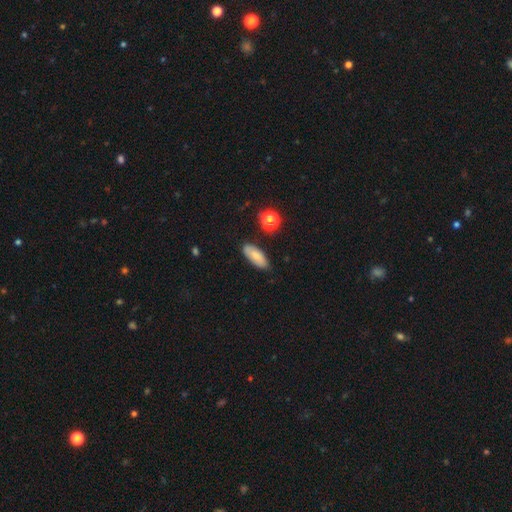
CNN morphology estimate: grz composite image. It shows a smooth galaxy with no disk features (75%) that is in between round and cigar-shaped (81%). Merging: none (81%).